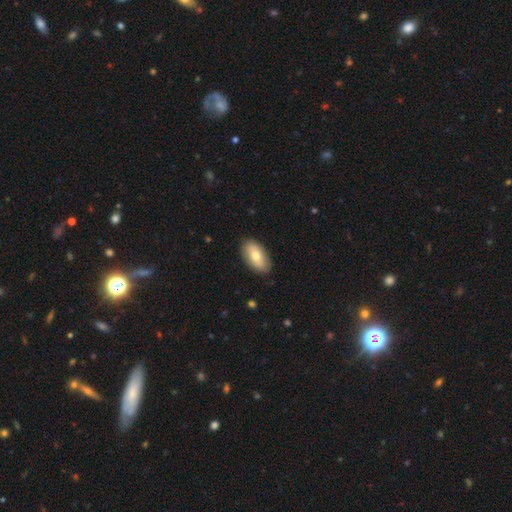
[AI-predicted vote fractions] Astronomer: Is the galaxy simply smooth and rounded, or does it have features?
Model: smooth — 72%.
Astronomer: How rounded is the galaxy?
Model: in between — 93%.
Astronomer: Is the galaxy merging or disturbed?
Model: none — 88%.